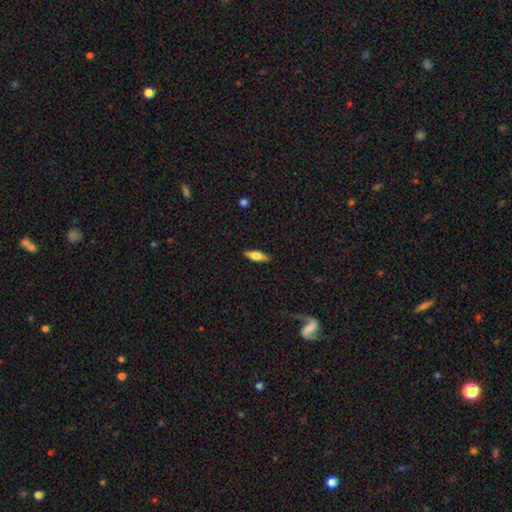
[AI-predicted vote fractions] This is possibly a featured or disk galaxy (49%). Merging: clearly none (89%).